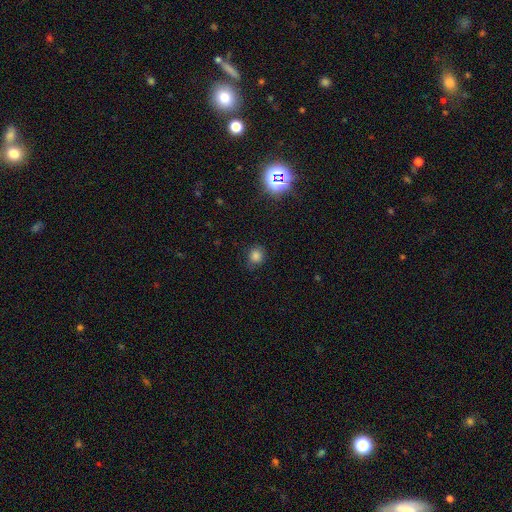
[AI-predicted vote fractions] Q: Smooth or featured?
A: smooth (79%); runner-up: star or artifact (16%)
Q: How rounded?
A: round (79%); runner-up: in between (20%)
Q: Merging?
A: none (79%); runner-up: minor disturbance (16%)